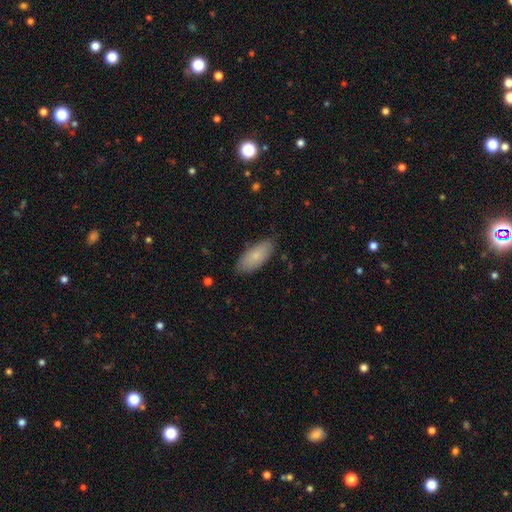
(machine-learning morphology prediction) smooth-or-featured: smooth: 79% | featured or disk: 14% | star or artifact: 7%
  how-rounded: in between: 86% | cigar-shaped: 12% | round: 2%
  merging: none: 81% | minor disturbance: 15% | major disturbance: 3% | merger: 1%